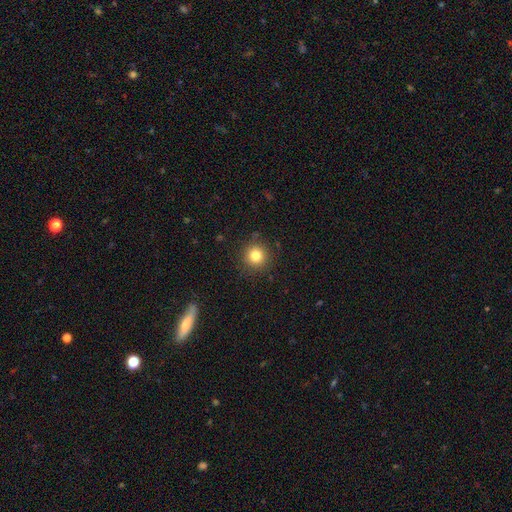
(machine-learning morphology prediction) Smooth or featured? smooth (81%)
How rounded? round (94%)
Merging? none (89%)